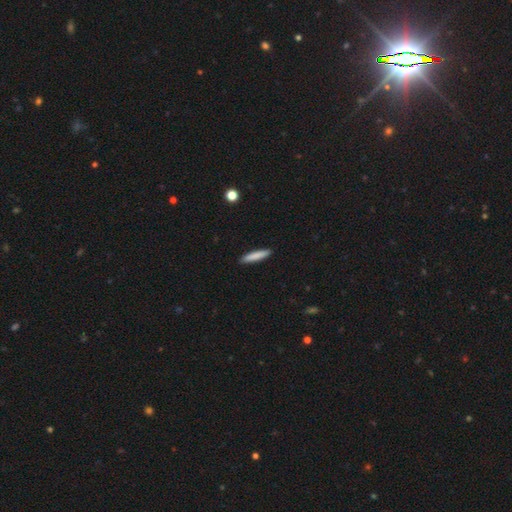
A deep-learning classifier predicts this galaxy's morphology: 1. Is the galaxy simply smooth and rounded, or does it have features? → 83% smooth, 11% featured or disk, 6% star or artifact.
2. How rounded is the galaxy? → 90% cigar-shaped, 9% in between, 1% round.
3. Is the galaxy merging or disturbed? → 91% none, 6% minor disturbance, 1% major disturbance, 1% merger.